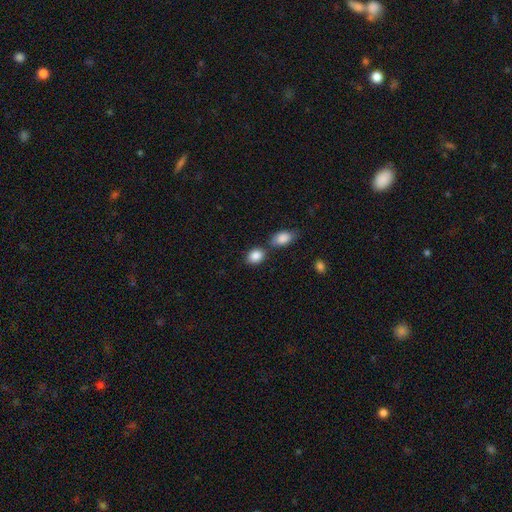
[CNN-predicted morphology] Smooth or featured?
  - smooth: 87% *
  - star or artifact: 7%
  - featured or disk: 5%
How rounded?
  - in between: 72% *
  - round: 26%
  - cigar-shaped: 2%
Merging?
  - none: 61% *
  - merger: 24%
  - minor disturbance: 12%
  - major disturbance: 3%